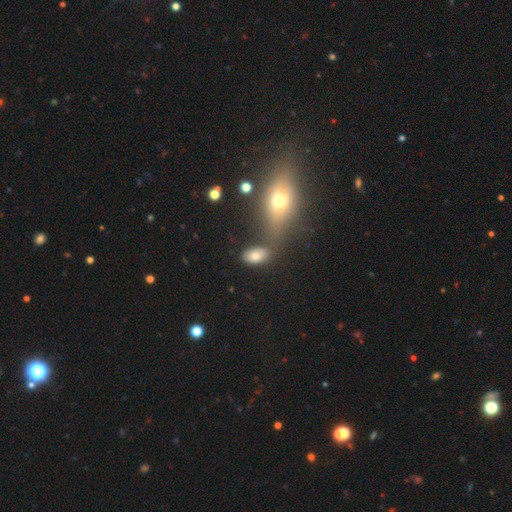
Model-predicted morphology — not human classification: smooth 75%, featured or disk 14%, star or artifact 11%. Down the decision tree: how rounded — in between (90%); merging — none (62%).